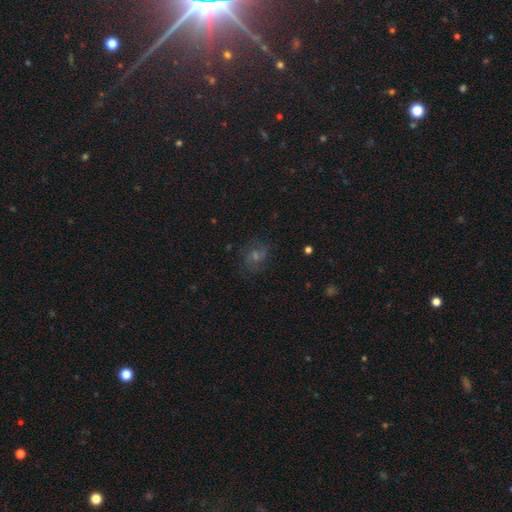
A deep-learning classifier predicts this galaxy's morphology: type=featured or disk (39%); merging=none (75%).